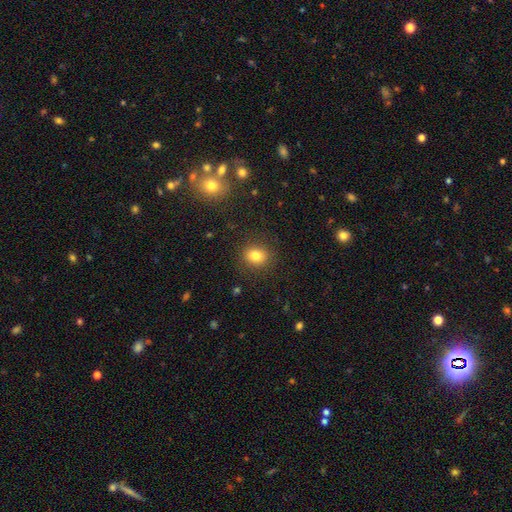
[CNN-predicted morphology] The model was most divided on "how rounded": round: 66%, in between: 33%, cigar-shaped: 1%. More confident: merging — none (87%); smooth or featured — smooth (81%).